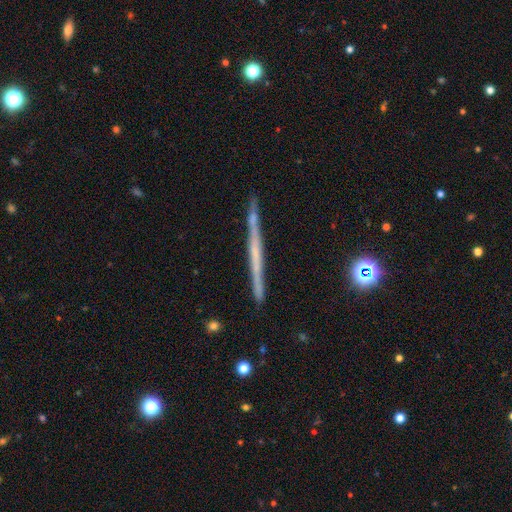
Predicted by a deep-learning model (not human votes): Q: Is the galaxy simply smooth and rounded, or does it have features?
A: featured or disk — 63%.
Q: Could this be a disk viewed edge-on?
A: yes — 97%.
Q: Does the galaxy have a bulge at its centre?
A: none — 85%.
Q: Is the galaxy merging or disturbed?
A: none — 89%.